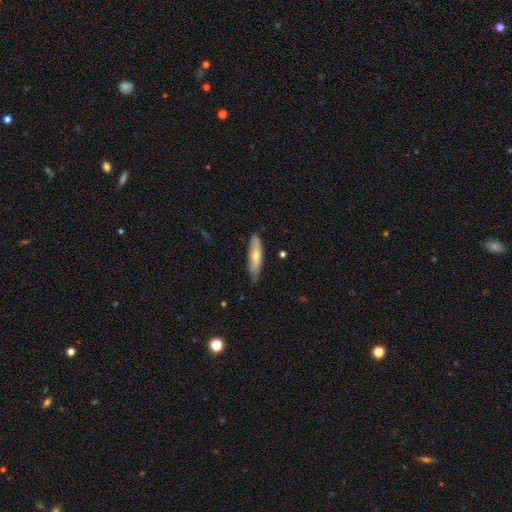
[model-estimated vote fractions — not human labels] Overall: smooth (55%; featured or disk 39%). How rounded: cigar-shaped (69%). Merging: none (78%).